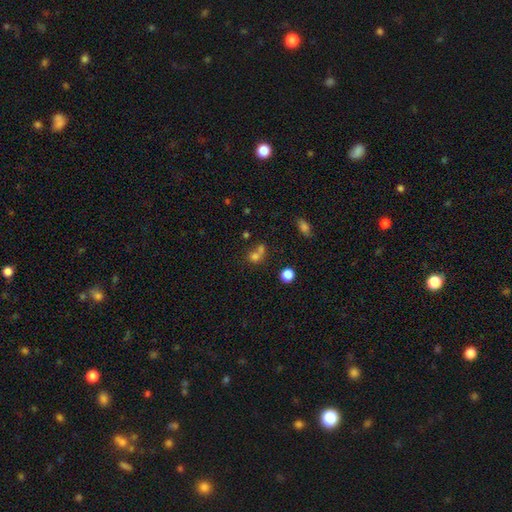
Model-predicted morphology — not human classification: A smooth galaxy with no disk features (69%) that is round (70%).

Vote fractions:
- Smooth or featured? smooth: 69% / star or artifact: 19% / featured or disk: 12%
- How rounded? round: 70% / in between: 28% / cigar-shaped: 2%
- Merging? merger: 52% / none: 34% / minor disturbance: 8% / major disturbance: 6%